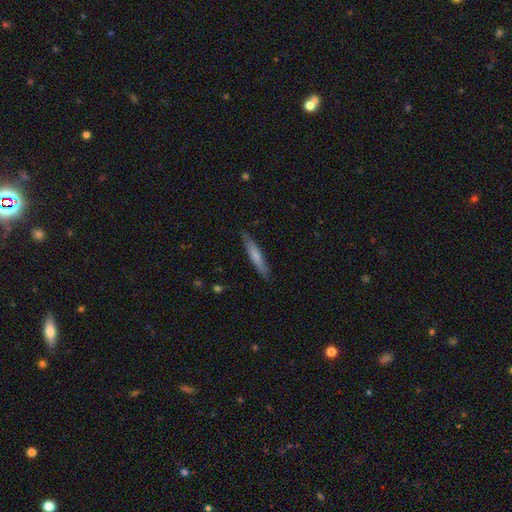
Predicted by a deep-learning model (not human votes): Smooth or featured? Predicted: smooth (p=0.64). How rounded? Predicted: cigar-shaped (p=0.93). Merging? Predicted: none (p=0.87).